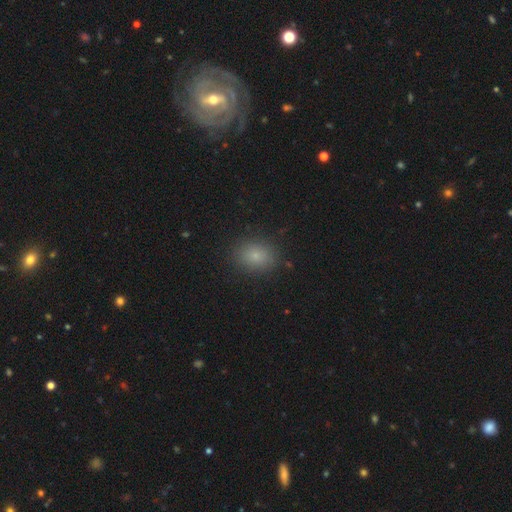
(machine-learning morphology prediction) type=smooth (80%); roundness=in between (53%); merging=none (87%).